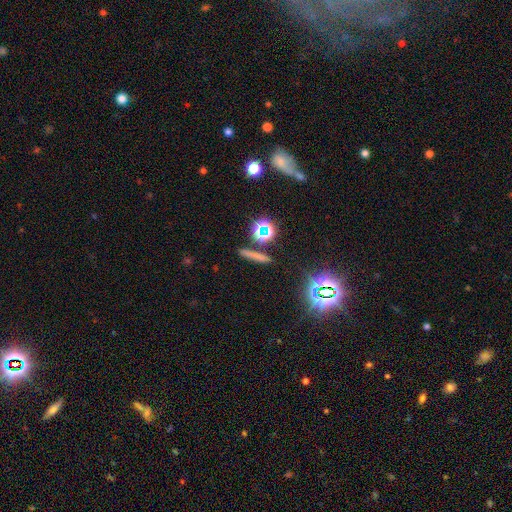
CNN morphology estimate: The model was most divided on "smooth or featured": smooth: 58%, star or artifact: 25%, featured or disk: 16%. More confident: merging — none (84%); how rounded — cigar-shaped (83%).